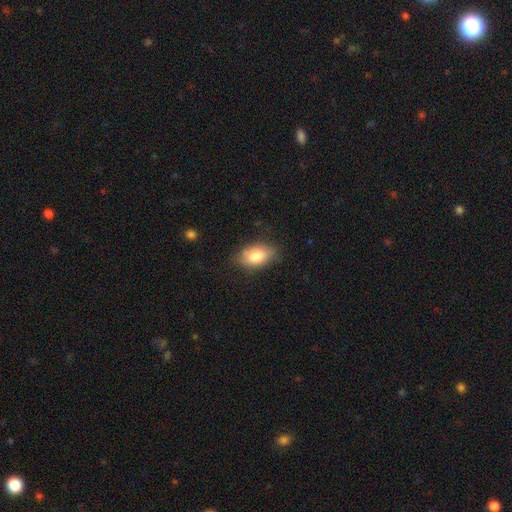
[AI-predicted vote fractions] This appears to be a smooth galaxy with no disk features (80%) that is in between round and cigar-shaped (89%). Merging: none (77%).